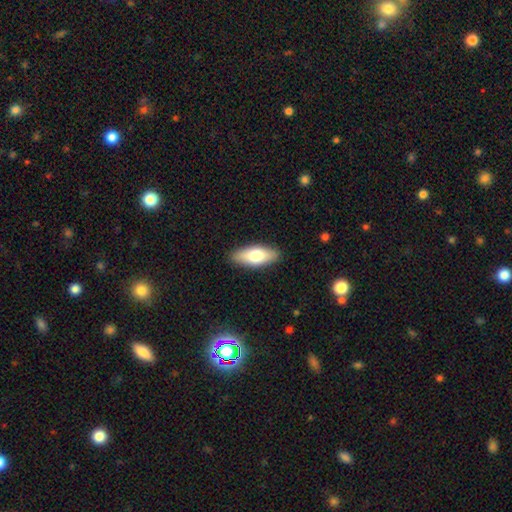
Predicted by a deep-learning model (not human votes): smooth-or-featured: smooth: 73% | featured or disk: 21% | star or artifact: 6%
  how-rounded: in between: 77% | cigar-shaped: 20% | round: 2%
  merging: none: 89% | minor disturbance: 8% | major disturbance: 2% | merger: 1%